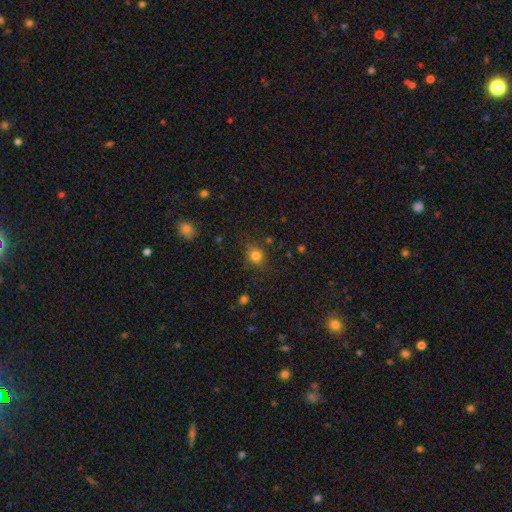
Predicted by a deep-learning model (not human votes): smooth 81%, star or artifact 14%, featured or disk 6%. Down the decision tree: how rounded — round (81%); merging — none (82%).